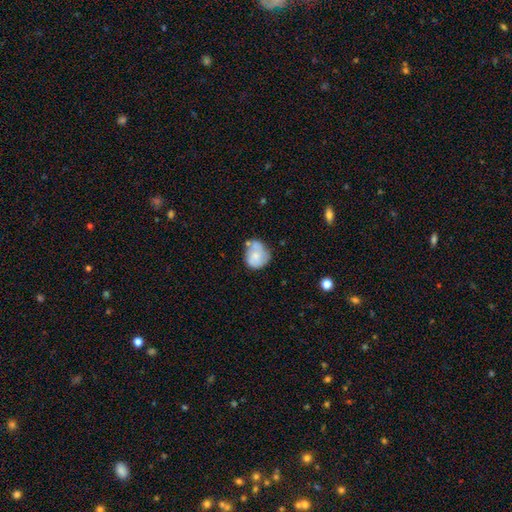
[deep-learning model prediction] Overall: smooth (63%; featured or disk 29%). How rounded: round (65%; in between 34%). Merging: none (42%; minor disturbance 31%).